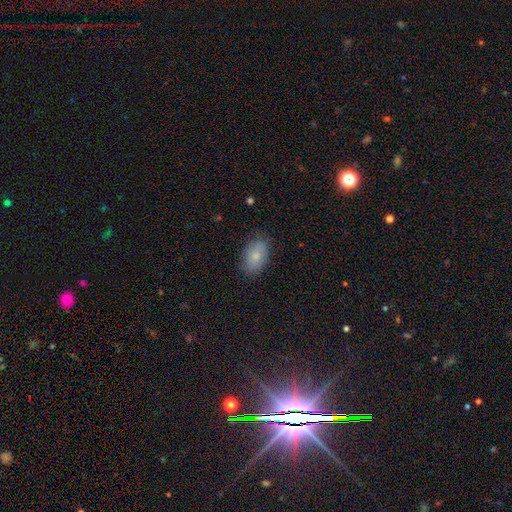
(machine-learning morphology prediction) The model was most divided on "smooth or featured": smooth: 78%, featured or disk: 15%, star or artifact: 7%. More confident: how rounded — in between (89%); merging — none (80%).